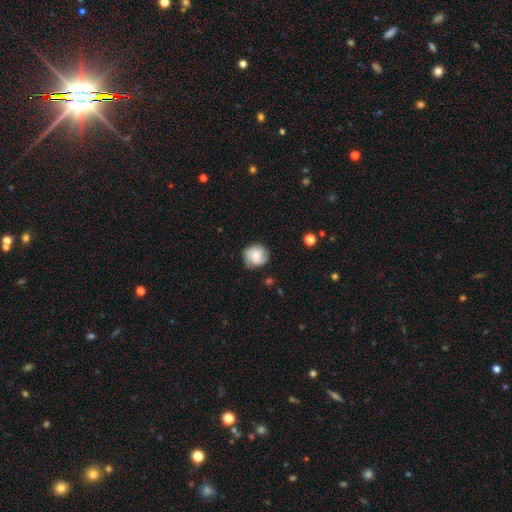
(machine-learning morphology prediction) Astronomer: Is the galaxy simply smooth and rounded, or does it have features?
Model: smooth — 57% (runner-up: featured or disk, 34%).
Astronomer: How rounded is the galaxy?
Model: round — 79%.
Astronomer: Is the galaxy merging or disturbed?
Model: none — 71%.